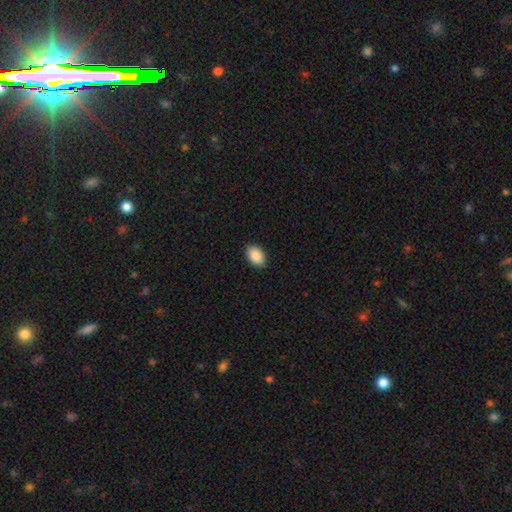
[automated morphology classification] Smooth or featured: smooth — 90% (star or artifact — 7%)
How rounded: in between — 89% (round — 10%)
Merging: none — 90% (minor disturbance — 7%)